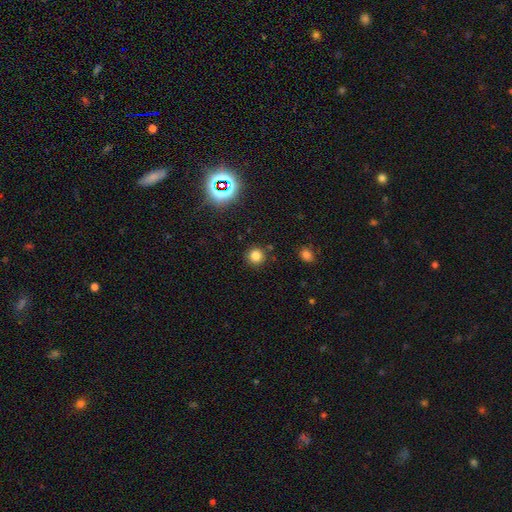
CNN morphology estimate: Overall: smooth (79%). How rounded: round (93%). Merging: none (87%).